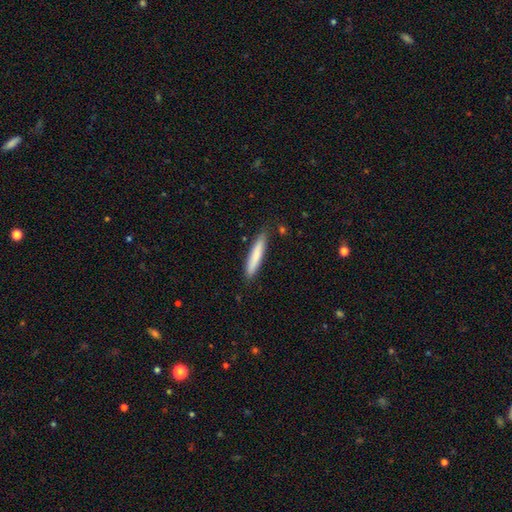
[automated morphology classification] A smooth galaxy with no disk features (79%) that is cigar-shaped (91%). Merging: none (86%).